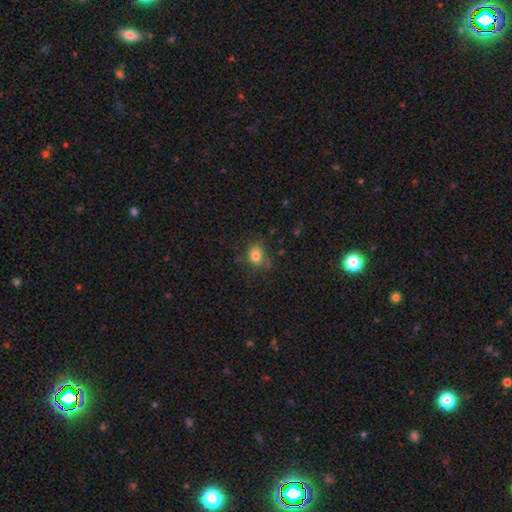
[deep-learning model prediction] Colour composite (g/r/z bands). It shows a smooth galaxy with no disk features (79%) that is round (56%). Merging: none (65%).